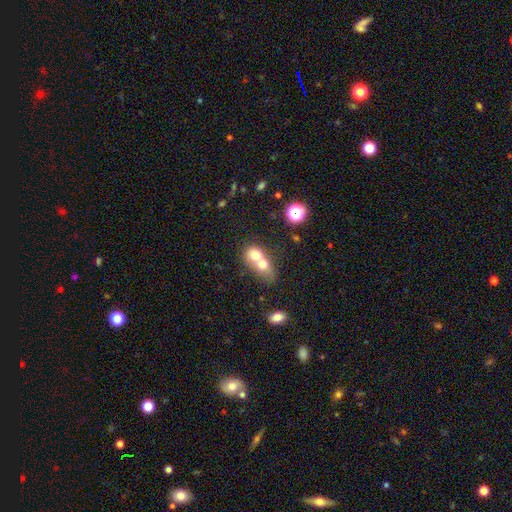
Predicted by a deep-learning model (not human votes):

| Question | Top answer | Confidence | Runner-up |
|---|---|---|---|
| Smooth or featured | smooth | 66% | featured or disk (23%) |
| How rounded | round | 57% | in between (42%) |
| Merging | merger | 75% | none (17%) |